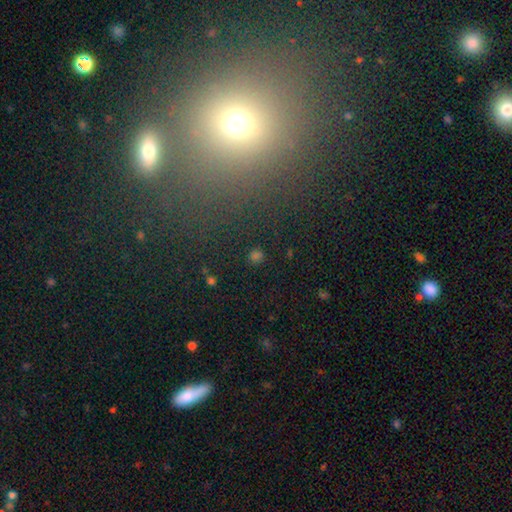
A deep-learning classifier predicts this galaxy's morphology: The model was most divided on "smooth or featured": smooth: 62%, star or artifact: 31%, featured or disk: 7%. More confident: how rounded — round (88%); merging — none (88%).